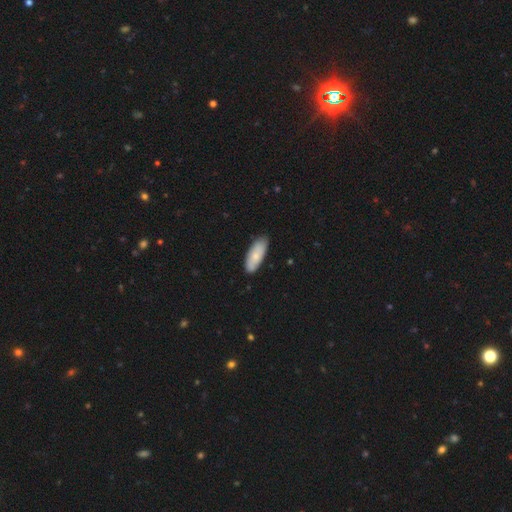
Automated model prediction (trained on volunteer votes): A smooth galaxy with no disk features (74%) that is in between round and cigar-shaped (76%). Merging: none (81%).